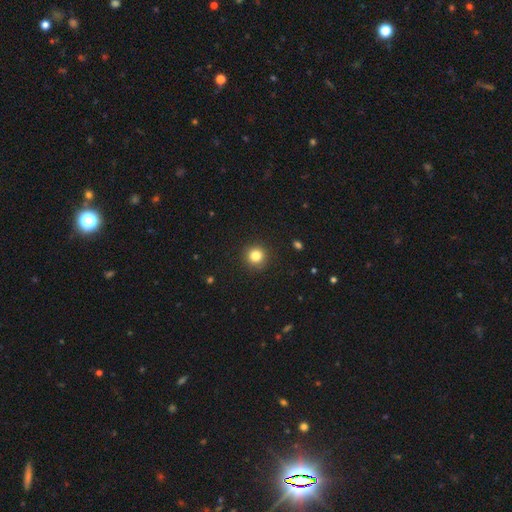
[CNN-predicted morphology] Overall: smooth (84%). How rounded: round (94%). Merging: none (91%).